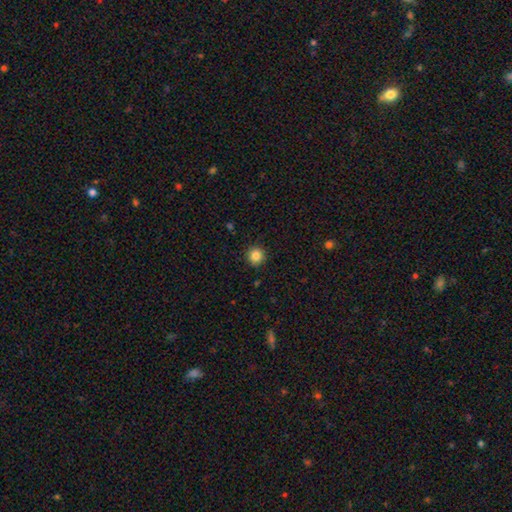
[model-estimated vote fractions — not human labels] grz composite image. It shows a smooth galaxy with no disk features (86%) that is round (94%). Merging: none (91%).